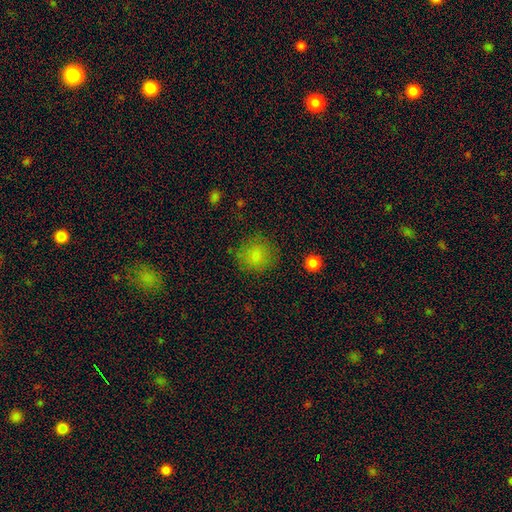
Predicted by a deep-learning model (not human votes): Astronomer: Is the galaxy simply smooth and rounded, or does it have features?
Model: smooth — 82%.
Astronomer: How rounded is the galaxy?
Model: round — 89%.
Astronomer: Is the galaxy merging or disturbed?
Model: none — 81%.